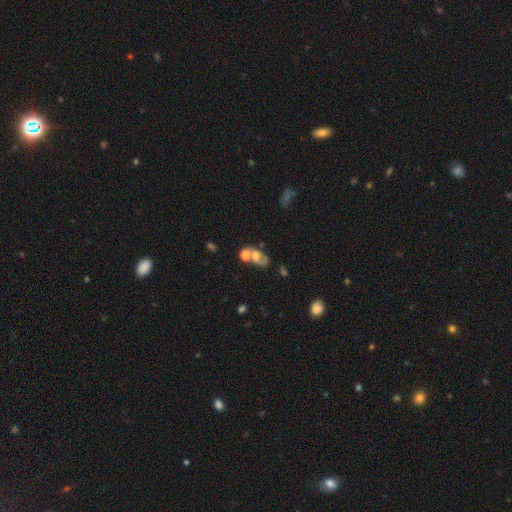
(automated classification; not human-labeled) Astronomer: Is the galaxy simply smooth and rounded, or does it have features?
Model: smooth — 46% (runner-up: featured or disk, 42%).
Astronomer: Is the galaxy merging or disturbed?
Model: merger — 43% (runner-up: none, 31%).